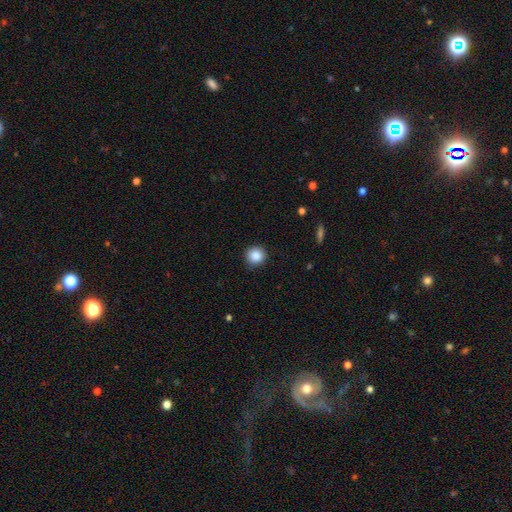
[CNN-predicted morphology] A smooth galaxy with no disk features (87%) that is round (93%). Merging: none (89%).